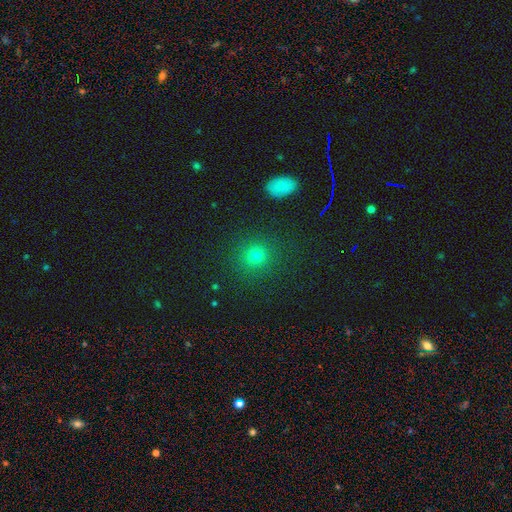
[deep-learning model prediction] smooth 75%, star or artifact 18%, featured or disk 7%. Down the decision tree: how rounded — round (90%); merging — none (89%).